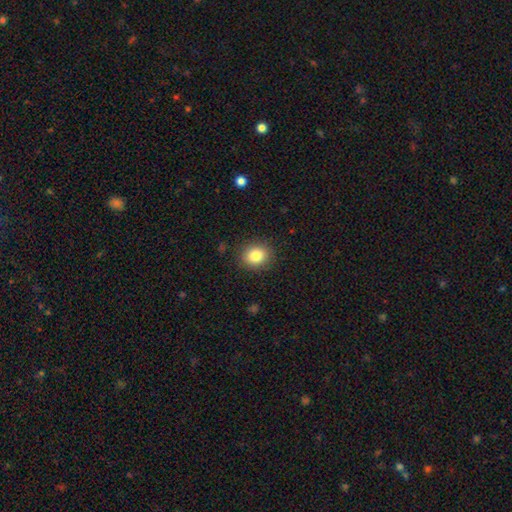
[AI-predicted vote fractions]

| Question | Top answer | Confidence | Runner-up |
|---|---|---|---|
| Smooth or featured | smooth | 83% | star or artifact (10%) |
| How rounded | round | 71% | in between (29%) |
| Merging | none | 88% | minor disturbance (8%) |